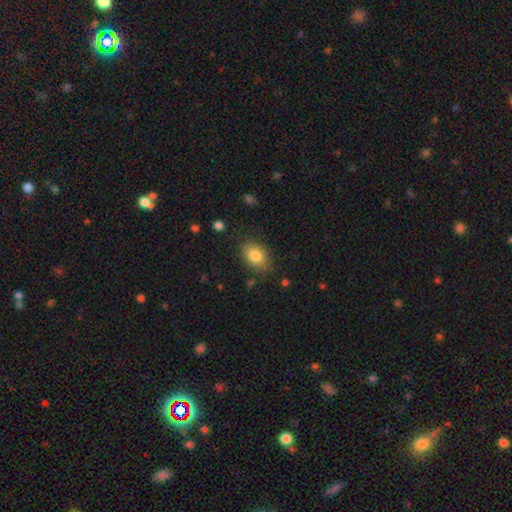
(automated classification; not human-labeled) Morphology: type=smooth (83%); roundness=in between (82%); merging=none (80%).